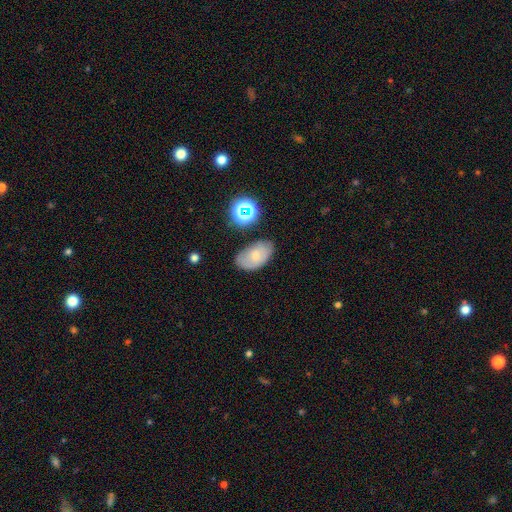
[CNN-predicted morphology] Smooth or featured?
  - smooth: 61% *
  - featured or disk: 28%
  - star or artifact: 11%
How rounded?
  - in between: 91% *
  - round: 8%
  - cigar-shaped: 1%
Merging?
  - none: 65% *
  - minor disturbance: 24%
  - major disturbance: 6%
  - merger: 4%